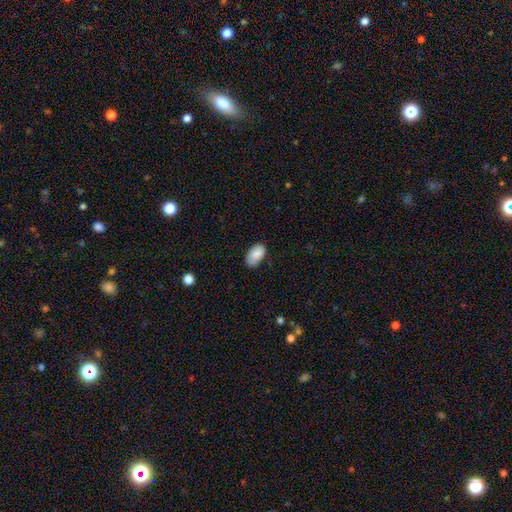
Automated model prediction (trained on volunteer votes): smooth-or-featured: smooth: 87% | star or artifact: 7% | featured or disk: 6%
  how-rounded: in between: 94% | round: 4% | cigar-shaped: 1%
  merging: none: 71% | minor disturbance: 24% | major disturbance: 4% | merger: 1%